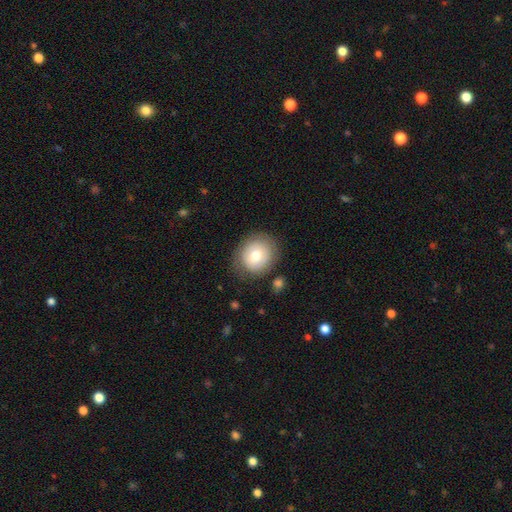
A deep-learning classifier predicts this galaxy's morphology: type=smooth (71%); roundness=round (78%); merging=none (79%).